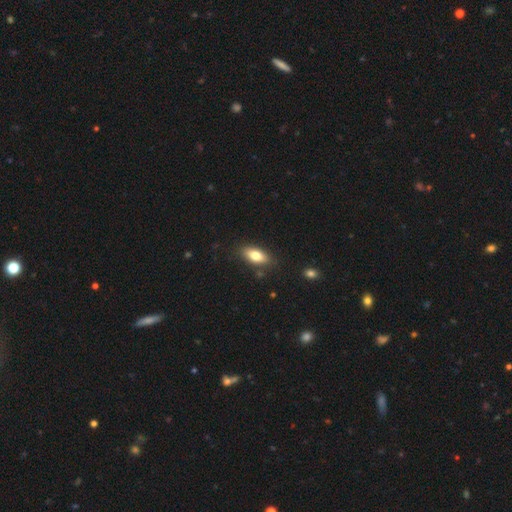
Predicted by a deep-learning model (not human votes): A smooth galaxy with no disk features (77%) that is in between round and cigar-shaped (84%).

Vote fractions:
- Smooth or featured? smooth: 77% / featured or disk: 16% / star or artifact: 7%
- How rounded? in between: 84% / cigar-shaped: 12% / round: 4%
- Merging? none: 84% / minor disturbance: 11% / major disturbance: 3% / merger: 2%